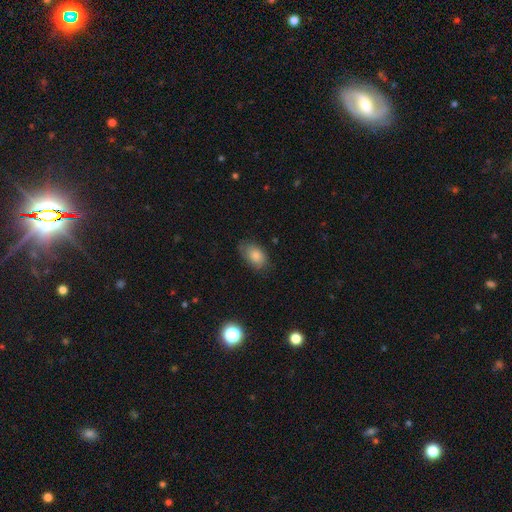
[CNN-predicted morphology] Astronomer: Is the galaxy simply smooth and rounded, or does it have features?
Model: smooth — 74%.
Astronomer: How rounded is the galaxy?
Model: in between — 88%.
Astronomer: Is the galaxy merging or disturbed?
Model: none — 69%.